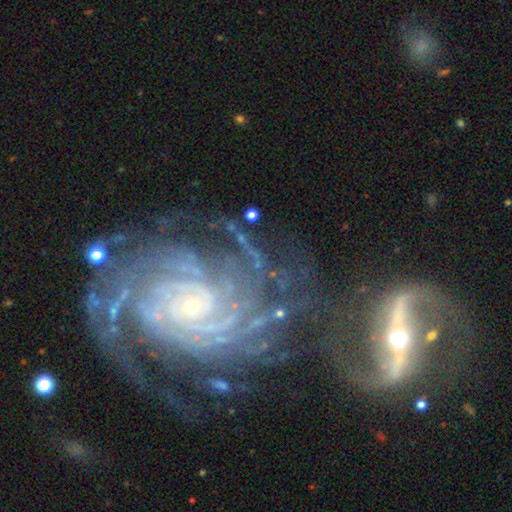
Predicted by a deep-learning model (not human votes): This appears to be a featured or disk galaxy (86%) with no bar (66%), can't tell (19%, tied with 4) tight (75%) spiral arms (98%) and a small central bulge (77%). Merging: none (69%).